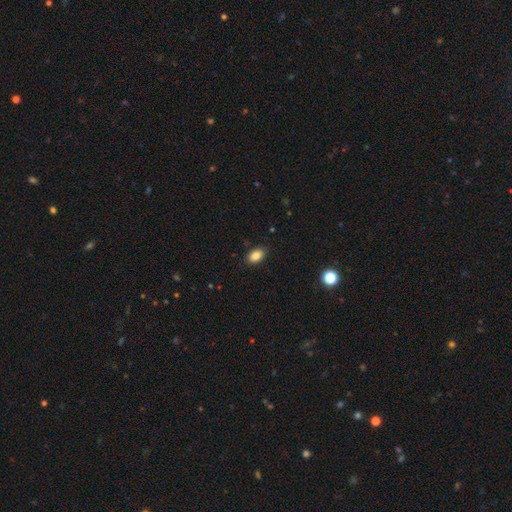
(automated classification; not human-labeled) This appears to be a smooth galaxy with no disk features (87%) that is in between round and cigar-shaped (89%). Merging: none (87%).